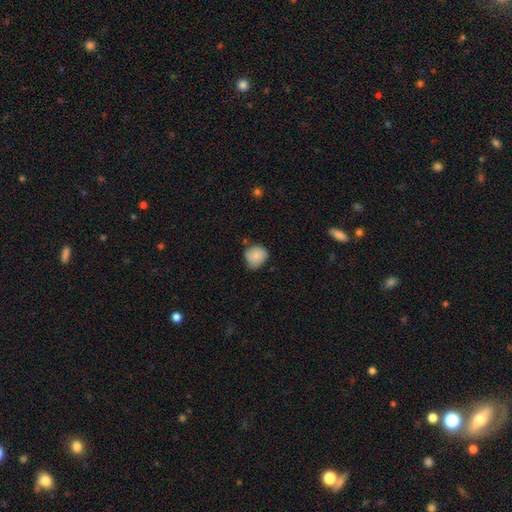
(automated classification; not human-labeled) The model was most divided on "merging": none: 59%, minor disturbance: 32%, major disturbance: 5%, merger: 3%. More confident: smooth or featured — smooth (83%); how rounded — round (78%).